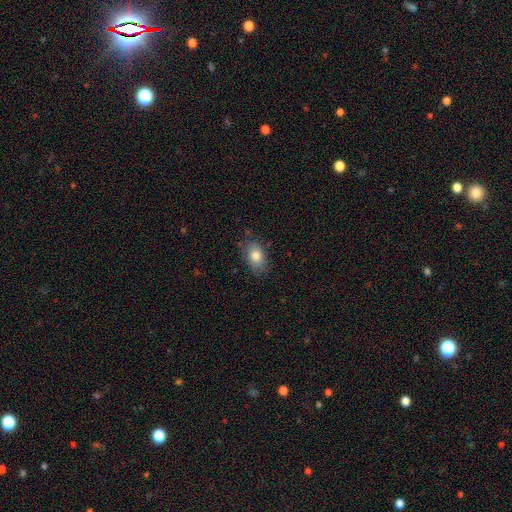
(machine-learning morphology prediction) Overall: smooth (79%). How rounded: in between (86%). Merging: none (77%).